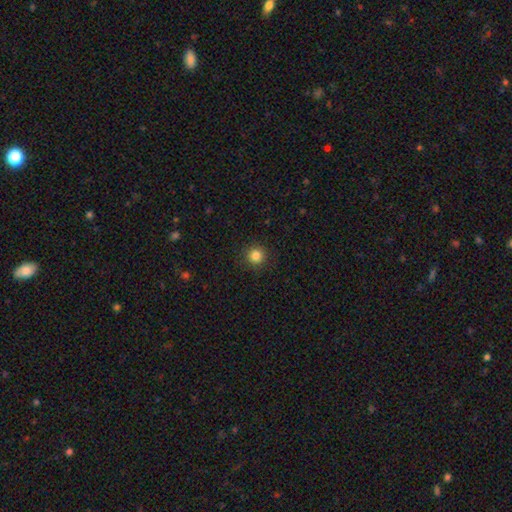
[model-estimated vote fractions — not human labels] smooth-or-featured: smooth: 84% | star or artifact: 12% | featured or disk: 4%
  how-rounded: round: 94% | in between: 5% | cigar-shaped: 1%
  merging: none: 91% | minor disturbance: 6% | major disturbance: 2% | merger: 1%